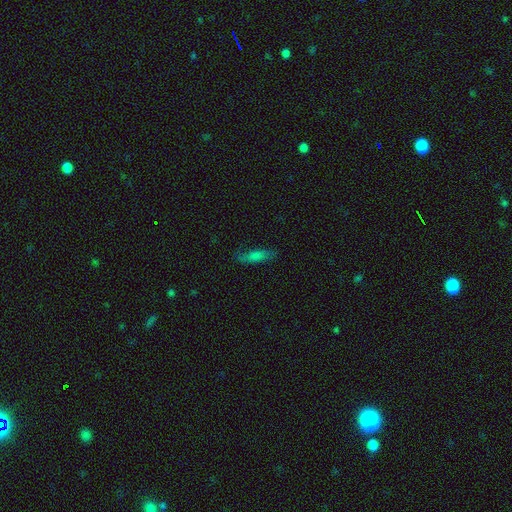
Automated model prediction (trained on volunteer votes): Smooth or featured? smooth (71%)
How rounded? cigar-shaped (55%)
Merging? none (71%)